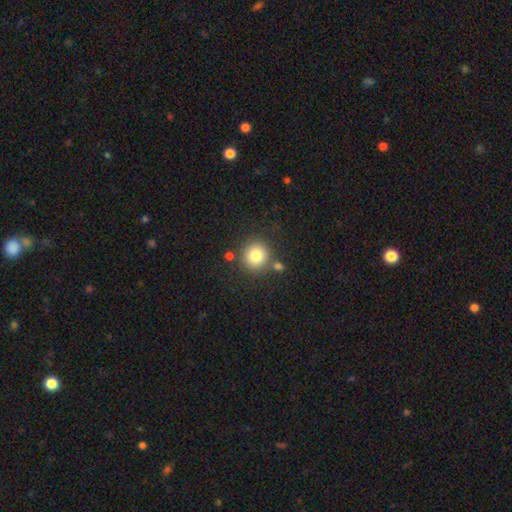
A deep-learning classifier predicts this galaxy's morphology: Smooth or featured? Predicted: smooth (p=0.80). How rounded? Predicted: round (p=0.92). Merging? Predicted: none (p=0.78).